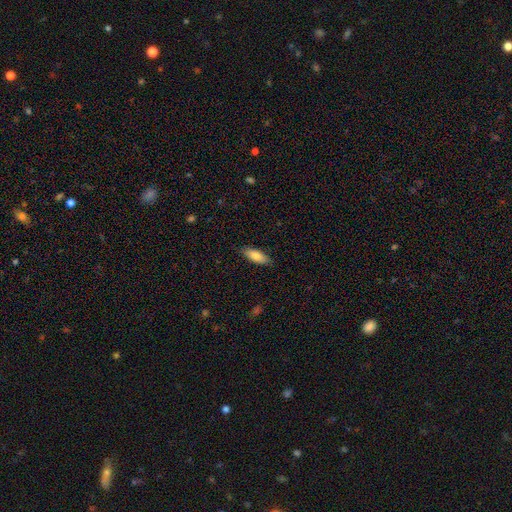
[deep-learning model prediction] smooth-or-featured: smooth: 80% | featured or disk: 14% | star or artifact: 6%
  how-rounded: in between: 69% | cigar-shaped: 29% | round: 2%
  merging: none: 86% | minor disturbance: 11% | major disturbance: 2% | merger: 1%